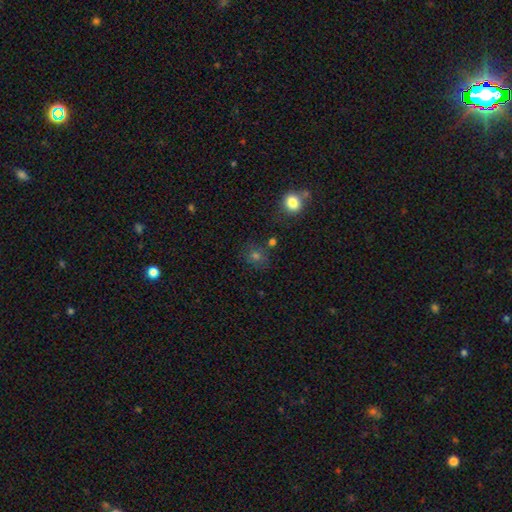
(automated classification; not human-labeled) Overall: smooth (66%). How rounded: round (80%). Merging: none (79%).